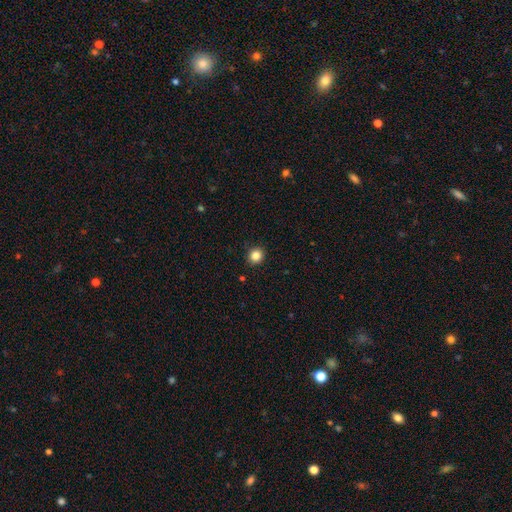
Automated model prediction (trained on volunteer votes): smooth-or-featured: smooth: 84% | star or artifact: 11% | featured or disk: 4%
  how-rounded: round: 89% | in between: 10% | cigar-shaped: 1%
  merging: none: 92% | minor disturbance: 5% | major disturbance: 2% | merger: 1%